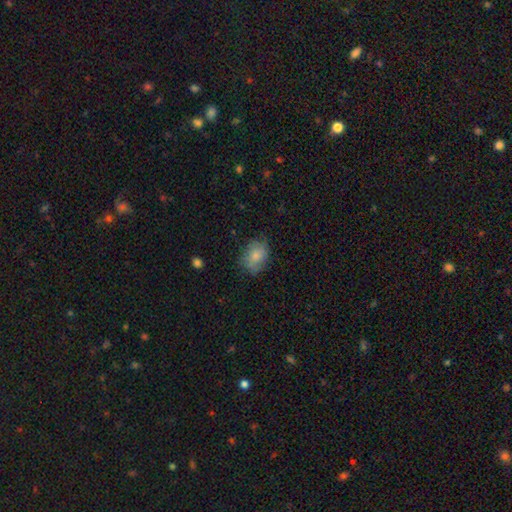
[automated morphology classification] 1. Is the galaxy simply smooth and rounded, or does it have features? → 73% smooth, 20% featured or disk, 7% star or artifact.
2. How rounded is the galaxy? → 70% in between, 29% round, 1% cigar-shaped.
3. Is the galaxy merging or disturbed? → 64% none, 26% minor disturbance, 8% major disturbance, 1% merger.